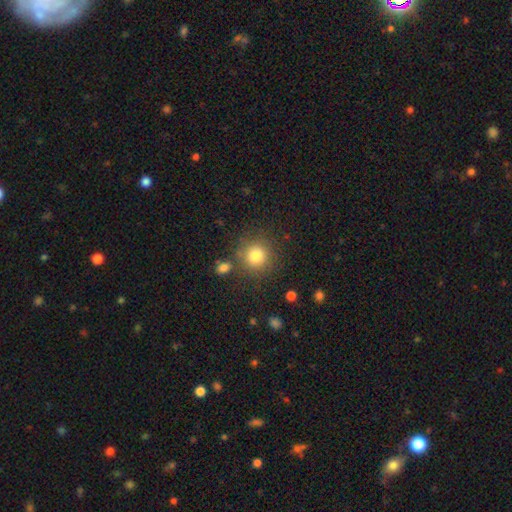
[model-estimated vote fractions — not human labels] A smooth galaxy with no disk features (81%) that is round (93%). Merging: none (81%).